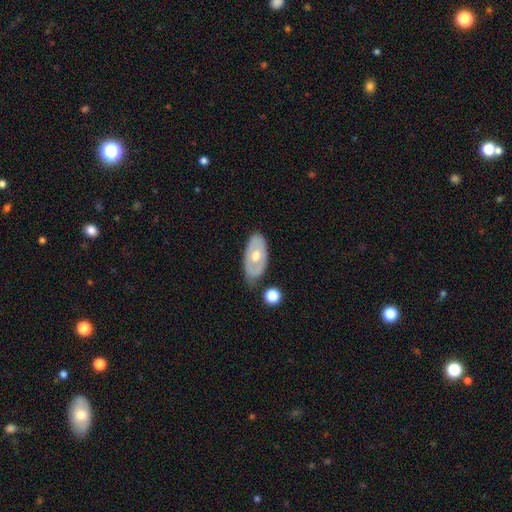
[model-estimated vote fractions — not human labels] Smooth or featured: featured or disk — 52% (smooth — 42%)
Edge-on disk: no — 86% (yes — 14%)
Merging: none — 75% (minor disturbance — 16%)